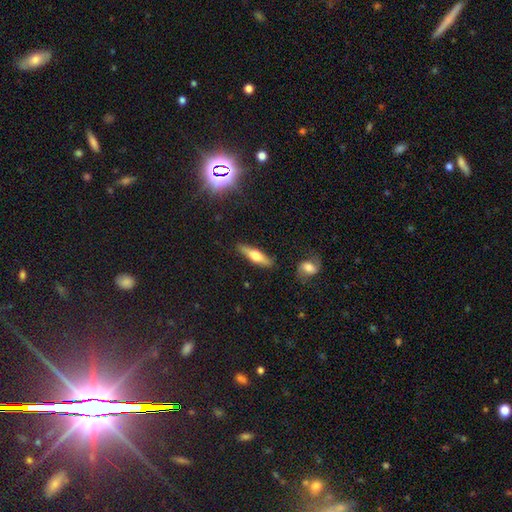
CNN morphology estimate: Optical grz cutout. It shows a featured or disk galaxy (48%). Merging: none (87%).